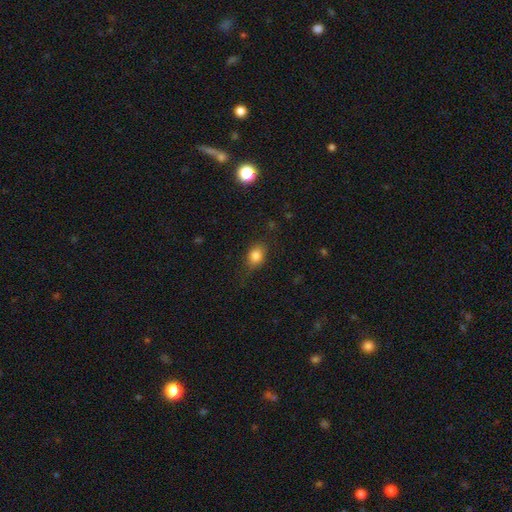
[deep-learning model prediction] Morphology: type=smooth (82%); roundness=in between (69%); merging=none (76%).